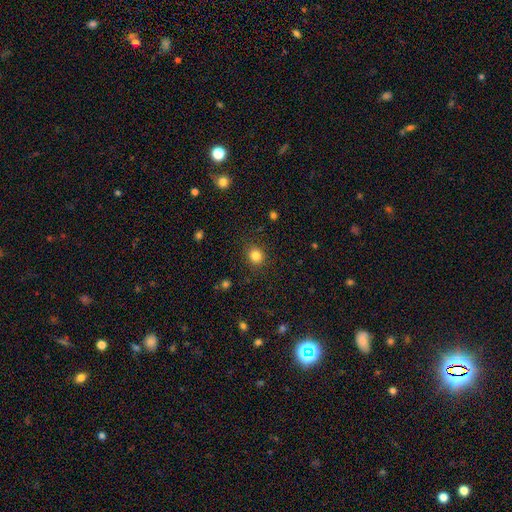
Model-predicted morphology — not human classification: smooth-or-featured: smooth: 83% | star or artifact: 12% | featured or disk: 5%
  how-rounded: round: 82% | in between: 17% | cigar-shaped: 1%
  merging: none: 88% | minor disturbance: 8% | major disturbance: 3% | merger: 1%